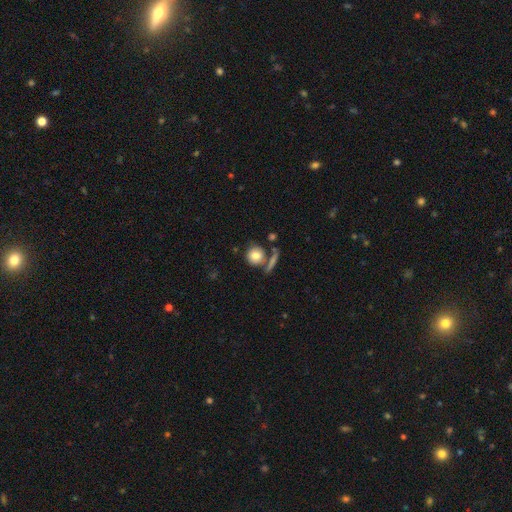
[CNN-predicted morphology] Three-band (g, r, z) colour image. It shows a smooth galaxy with no disk features (79%) that is round (85%). Merging: none (65%).